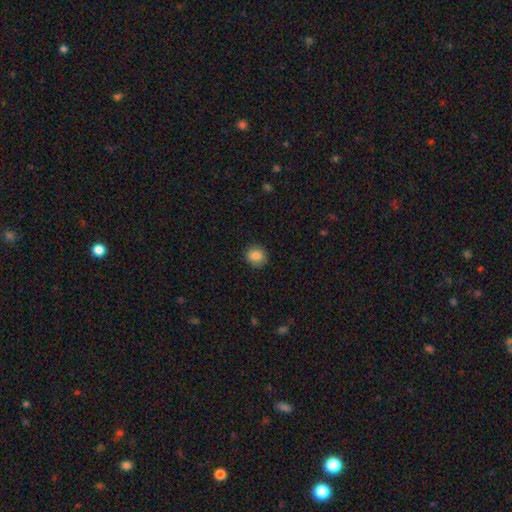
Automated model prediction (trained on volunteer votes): Smooth or featured? Predicted: smooth (p=0.86). How rounded? Predicted: round (p=0.82). Merging? Predicted: none (p=0.90).